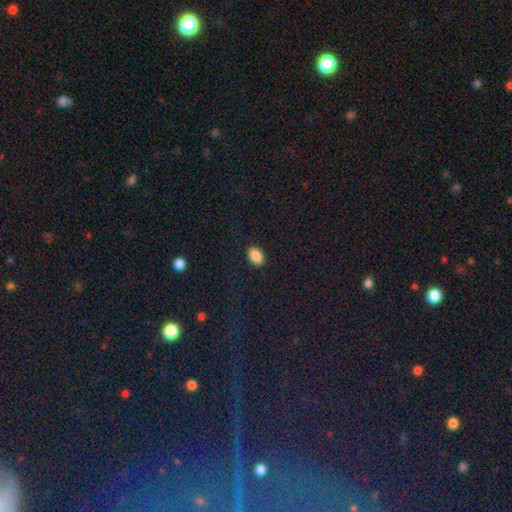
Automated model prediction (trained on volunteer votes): smooth 88%, star or artifact 8%, featured or disk 4%. Down the decision tree: how rounded — in between (87%); merging — none (89%).